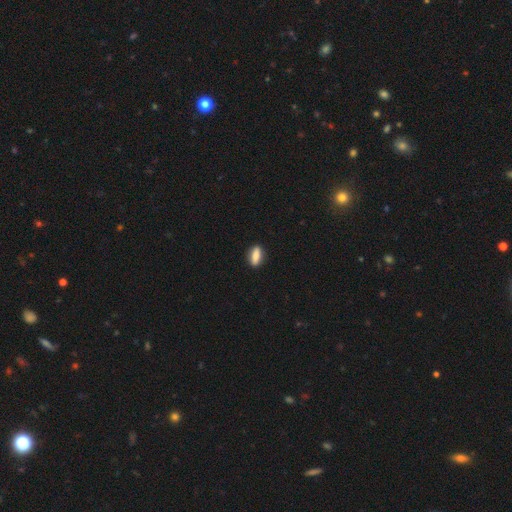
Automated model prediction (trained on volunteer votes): This appears to be a smooth galaxy with no disk features (82%) that is in between round and cigar-shaped (70%). Merging: none (89%).